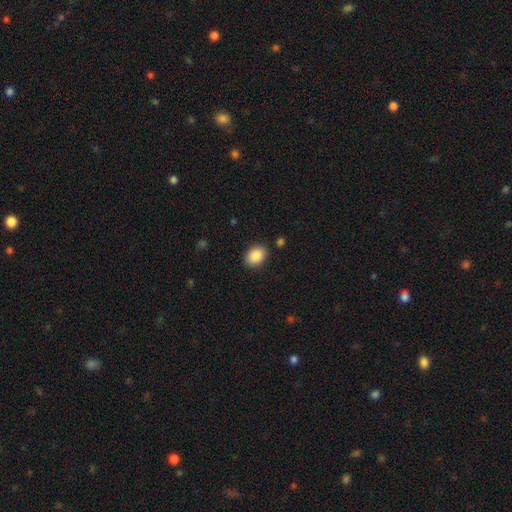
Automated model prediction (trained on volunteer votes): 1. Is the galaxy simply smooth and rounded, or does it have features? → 88% smooth, 7% star or artifact, 4% featured or disk.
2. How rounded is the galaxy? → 71% in between, 28% round, 1% cigar-shaped.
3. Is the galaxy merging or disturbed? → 87% none, 9% minor disturbance, 2% major disturbance, 2% merger.